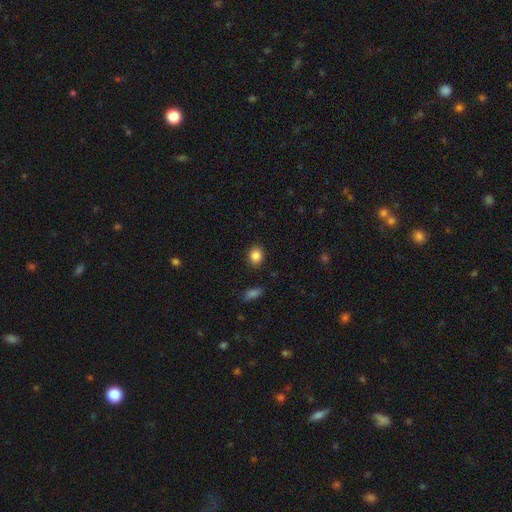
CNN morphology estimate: Q: Smooth or featured?
A: smooth (86%); runner-up: star or artifact (10%)
Q: How rounded?
A: round (61%); runner-up: in between (38%)
Q: Merging?
A: none (88%); runner-up: minor disturbance (8%)